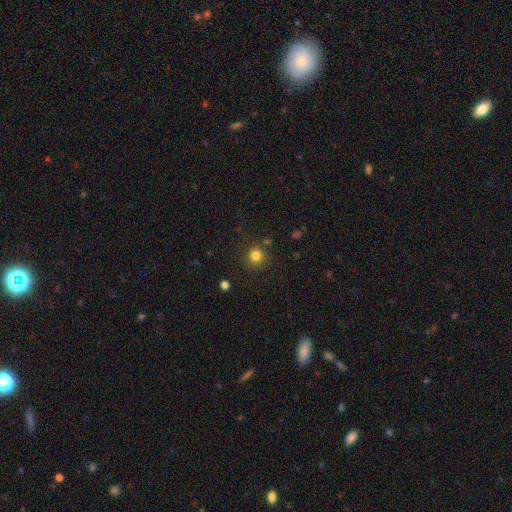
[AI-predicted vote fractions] smooth-or-featured: smooth: 81% | star or artifact: 14% | featured or disk: 5%
  how-rounded: round: 93% | in between: 6% | cigar-shaped: 1%
  merging: none: 87% | minor disturbance: 7% | merger: 3% | major disturbance: 3%